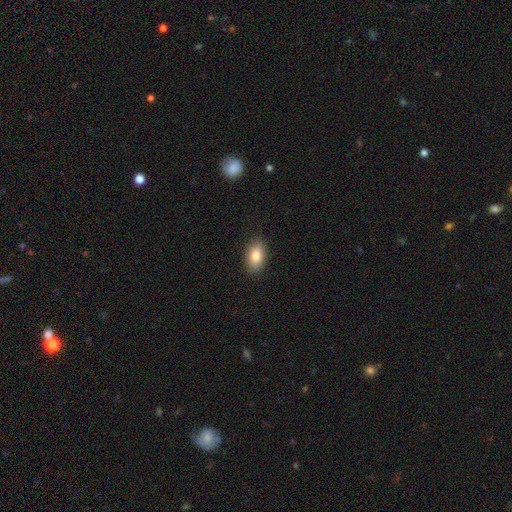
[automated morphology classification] The model was most divided on "smooth or featured": smooth: 83%, featured or disk: 10%, star or artifact: 7%. More confident: how rounded — in between (91%); merging — none (89%).